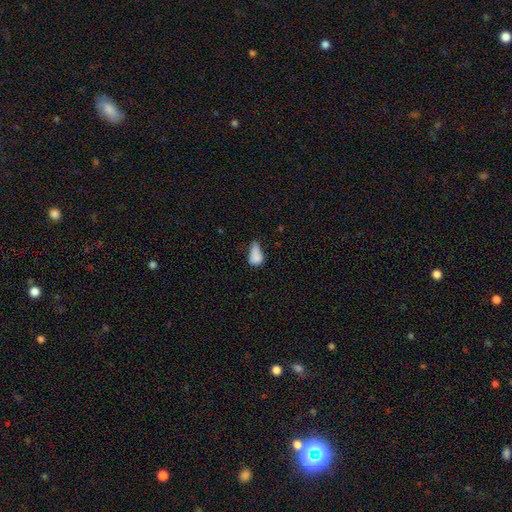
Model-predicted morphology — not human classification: Smooth or featured? Predicted: smooth (p=0.77). How rounded? Predicted: in between (p=0.80). Merging? Predicted: minor disturbance (p=0.33).